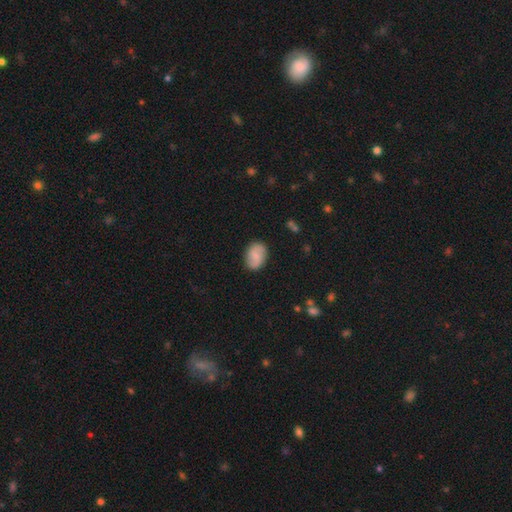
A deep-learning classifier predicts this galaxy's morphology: The model was most divided on "smooth or featured": smooth: 56%, featured or disk: 37%, star or artifact: 7%. More confident: merging — none (84%); how rounded — in between (72%).